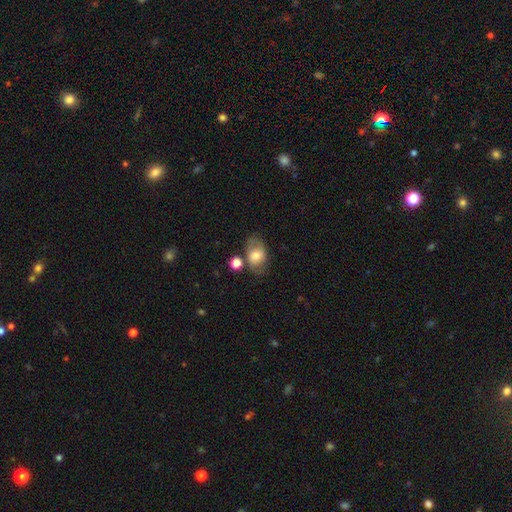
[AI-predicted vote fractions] This is likely a smooth galaxy (66%). How rounded: likely in between (78%). Merging: possibly none (59%).